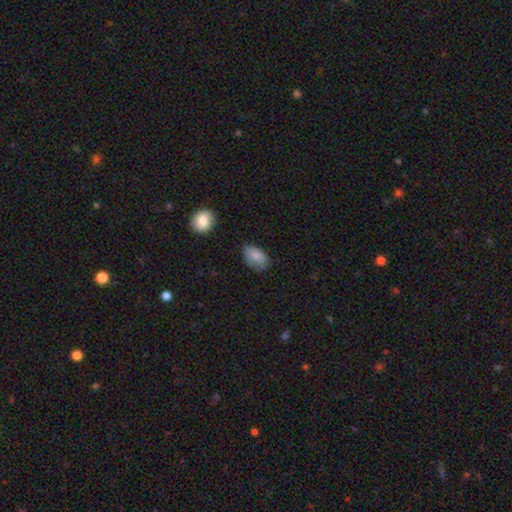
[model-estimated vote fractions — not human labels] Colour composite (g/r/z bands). It shows a smooth galaxy with no disk features (82%) that is in between round and cigar-shaped (89%). Merging: none (66%).